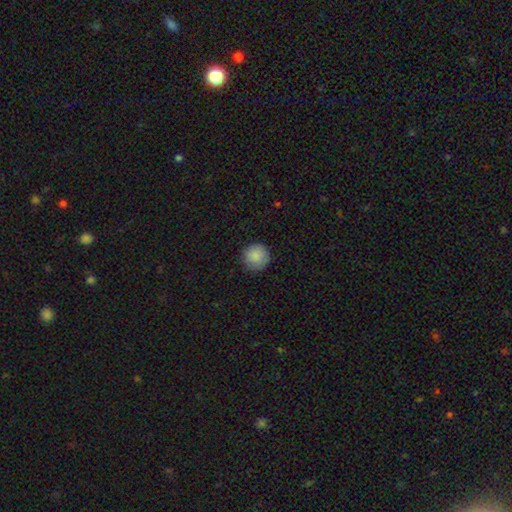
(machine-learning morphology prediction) smooth_or_featured: smooth (p=0.88) [alt: star or artifact p=0.08]
how_rounded: round (p=0.95) [alt: in between p=0.04]
merging: none (p=0.87) [alt: minor disturbance p=0.09]